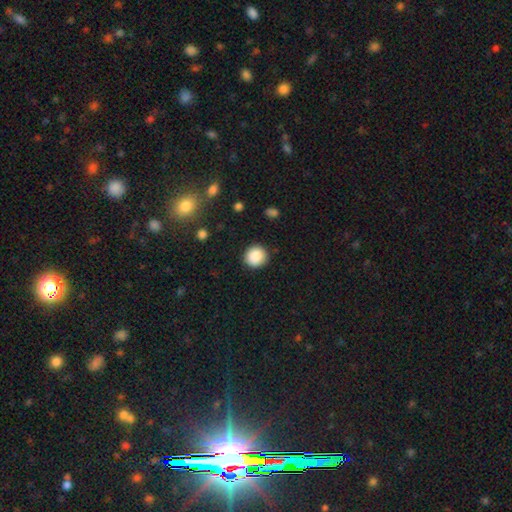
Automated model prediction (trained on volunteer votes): Smooth or featured? smooth (87%)
How rounded? round (93%)
Merging? none (91%)